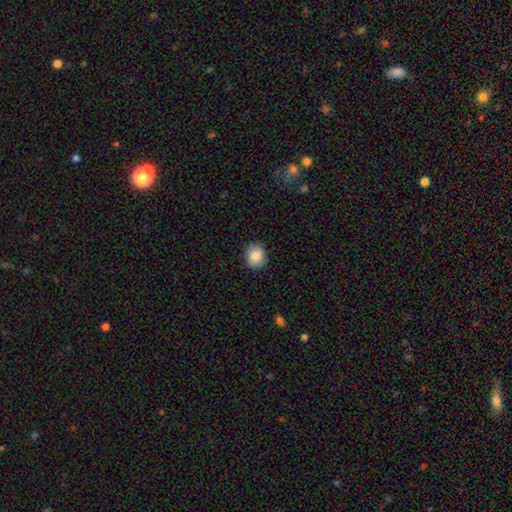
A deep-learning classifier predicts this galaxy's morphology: Q: Smooth or featured?
A: smooth (87%); runner-up: star or artifact (8%)
Q: How rounded?
A: round (77%); runner-up: in between (22%)
Q: Merging?
A: none (89%); runner-up: minor disturbance (8%)